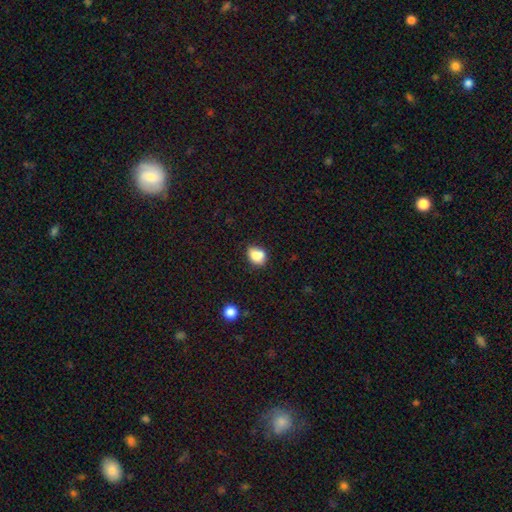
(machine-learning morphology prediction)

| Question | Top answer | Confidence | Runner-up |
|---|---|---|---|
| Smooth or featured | smooth | 83% | star or artifact (10%) |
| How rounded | in between | 58% | round (41%) |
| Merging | none | 57% | minor disturbance (27%) |